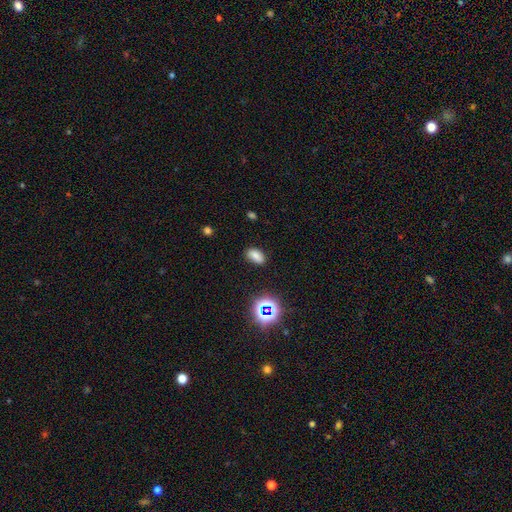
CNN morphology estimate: A smooth galaxy with no disk features (74%) that is in between round and cigar-shaped (89%).

Vote fractions:
- Smooth or featured? smooth: 74% / star or artifact: 18% / featured or disk: 8%
- How rounded? in between: 89% / round: 8% / cigar-shaped: 3%
- Merging? none: 83% / minor disturbance: 12% / major disturbance: 3% / merger: 2%